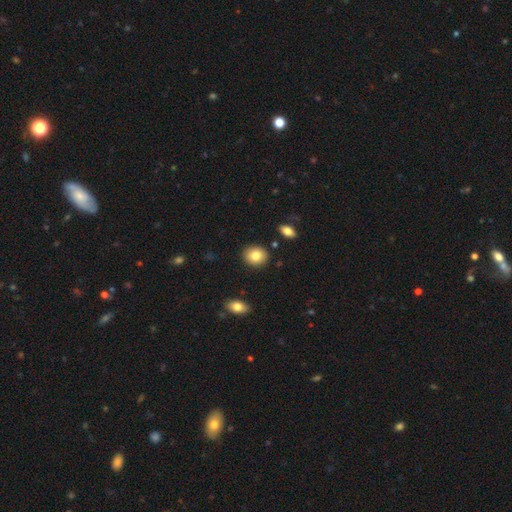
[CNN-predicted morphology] Smooth or featured?
  - smooth: 82% *
  - featured or disk: 10%
  - star or artifact: 8%
How rounded?
  - round: 61% *
  - in between: 38%
  - cigar-shaped: 1%
Merging?
  - none: 88% *
  - minor disturbance: 7%
  - merger: 2%
  - major disturbance: 2%